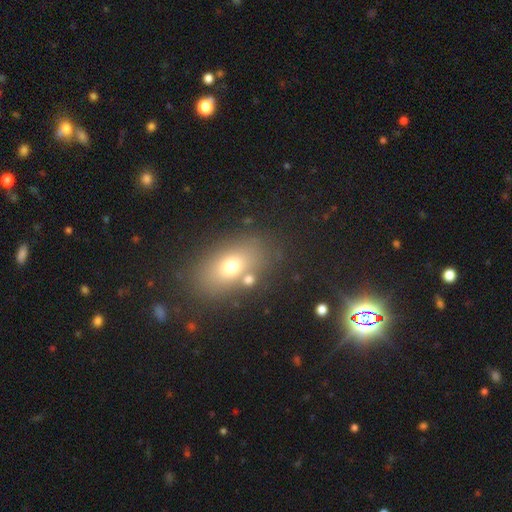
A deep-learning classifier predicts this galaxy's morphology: The model was most divided on "smooth or featured": smooth: 63%, star or artifact: 21%, featured or disk: 16%. More confident: how rounded — in between (79%); merging — none (77%).